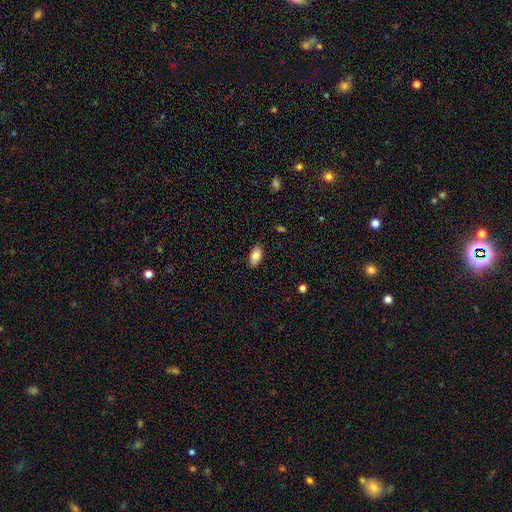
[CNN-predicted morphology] Overall: smooth (83%). How rounded: in between (93%). Merging: none (87%).